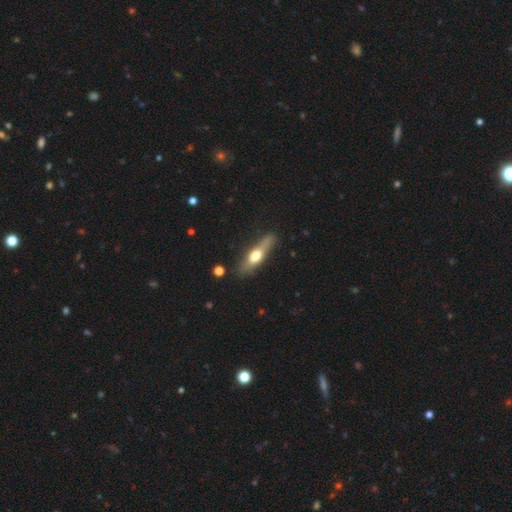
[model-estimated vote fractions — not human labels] featured or disk 47% (tied), smooth 47% (tied), star or artifact 6%. Down the decision tree: merging — none (75%).